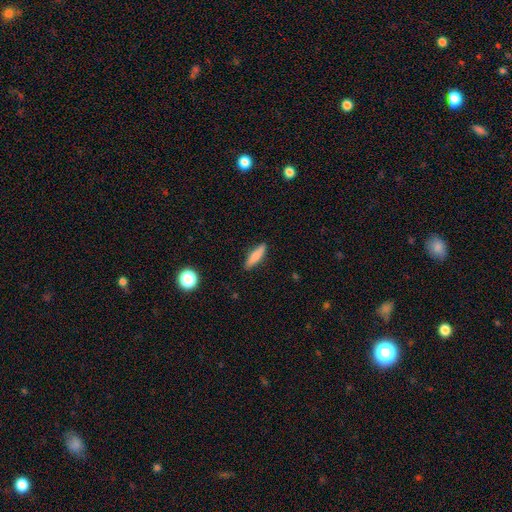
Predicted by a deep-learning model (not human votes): Morphology: type=smooth (76%); roundness=cigar-shaped (71%); merging=none (88%).